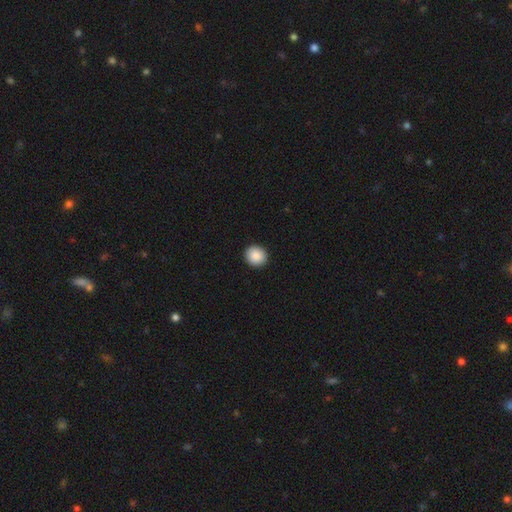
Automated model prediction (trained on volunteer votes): This is clearly a smooth galaxy (90%). How rounded: clearly round (86%). Merging: clearly none (93%).